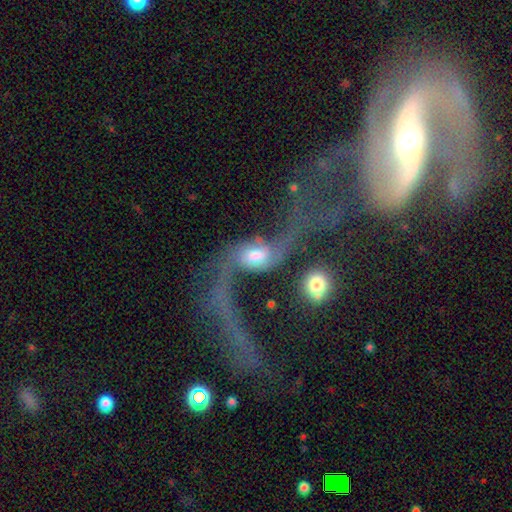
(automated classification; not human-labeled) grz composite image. It shows a featured or disk galaxy (78%) with no bar (54%), 2 (90%) loose (93%) spiral arms (87%) and a moderate central bulge (48%). Merging: merger (34%).